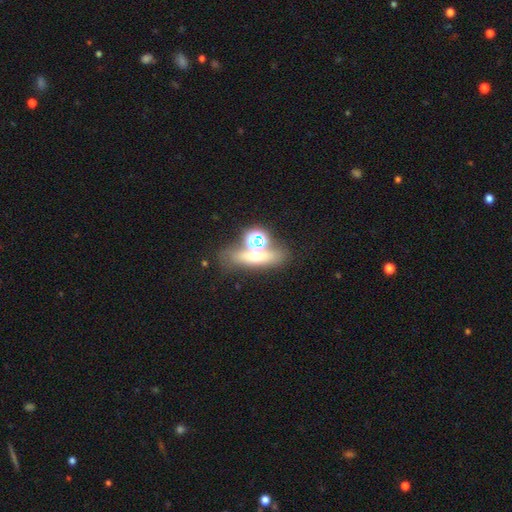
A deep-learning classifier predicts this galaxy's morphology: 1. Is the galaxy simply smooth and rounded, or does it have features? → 43% smooth, 33% featured or disk, 24% star or artifact.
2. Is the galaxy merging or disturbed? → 53% none, 27% merger, 12% minor disturbance, 8% major disturbance.